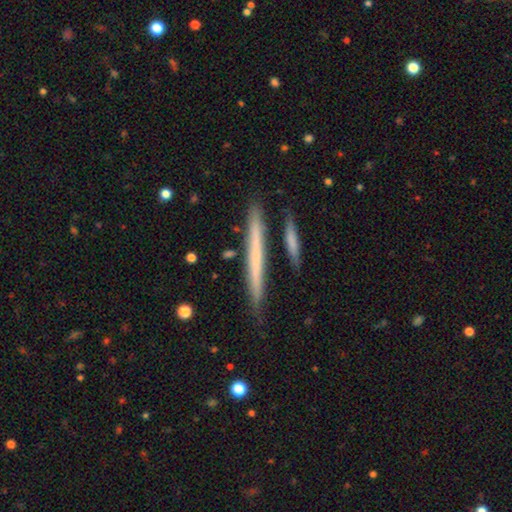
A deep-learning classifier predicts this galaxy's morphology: This is possibly a smooth galaxy (51%). How rounded: clearly cigar-shaped (97%). Merging: clearly none (84%).